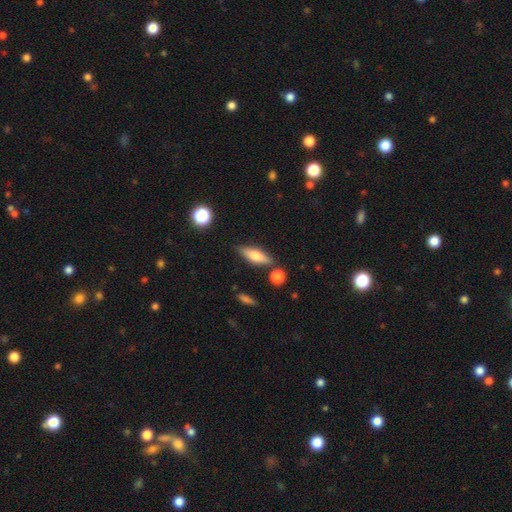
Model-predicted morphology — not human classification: type=smooth (58%); roundness=in between (53%); merging=none (79%).